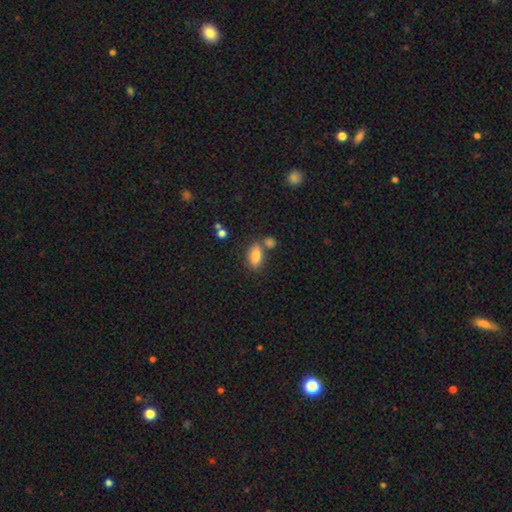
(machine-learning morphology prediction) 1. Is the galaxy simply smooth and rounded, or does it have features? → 81% smooth, 10% featured or disk, 9% star or artifact.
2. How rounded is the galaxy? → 86% in between, 8% cigar-shaped, 6% round.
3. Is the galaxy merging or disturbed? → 64% none, 18% merger, 13% minor disturbance, 4% major disturbance.